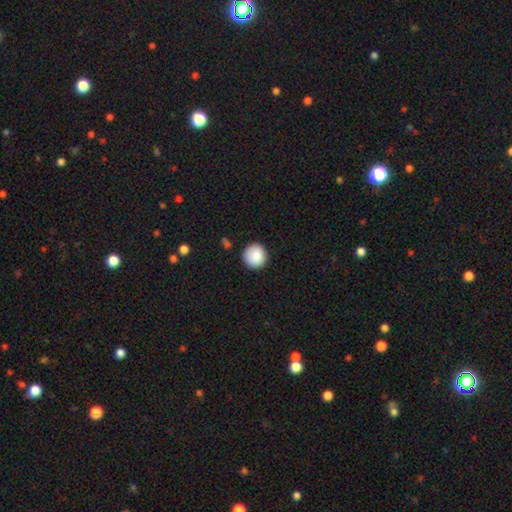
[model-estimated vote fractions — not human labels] This is clearly a smooth galaxy (87%). How rounded: clearly round (94%). Merging: clearly none (88%).